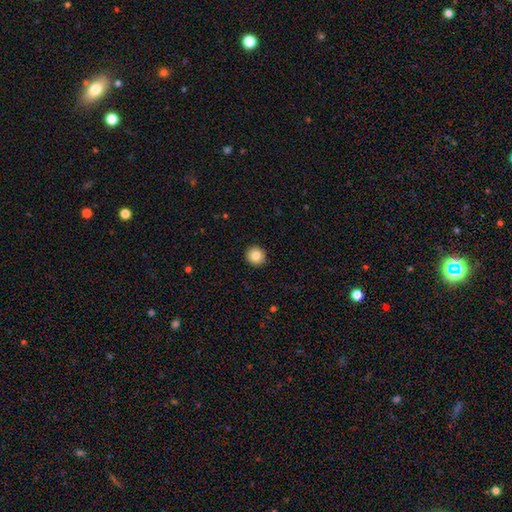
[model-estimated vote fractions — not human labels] Morphology: type=smooth (84%); roundness=round (93%); merging=none (93%).